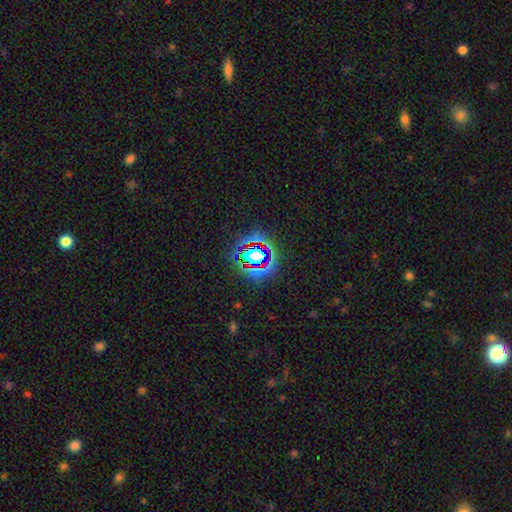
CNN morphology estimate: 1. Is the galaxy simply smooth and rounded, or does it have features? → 67% star or artifact, 21% smooth, 12% featured or disk.